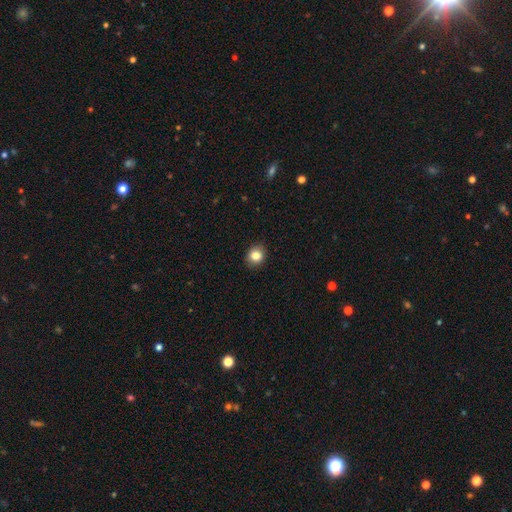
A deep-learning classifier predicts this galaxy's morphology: Smooth or featured: smooth — 84% (star or artifact — 10%)
How rounded: round — 71% (in between — 28%)
Merging: none — 89% (minor disturbance — 9%)